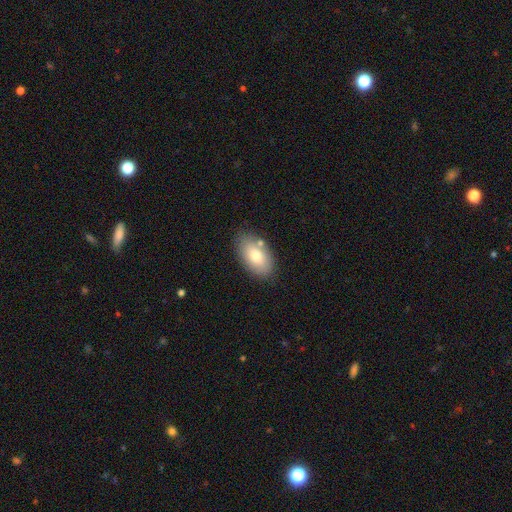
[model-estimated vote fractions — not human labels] Smooth or featured? smooth (78%)
How rounded? in between (94%)
Merging? none (80%)